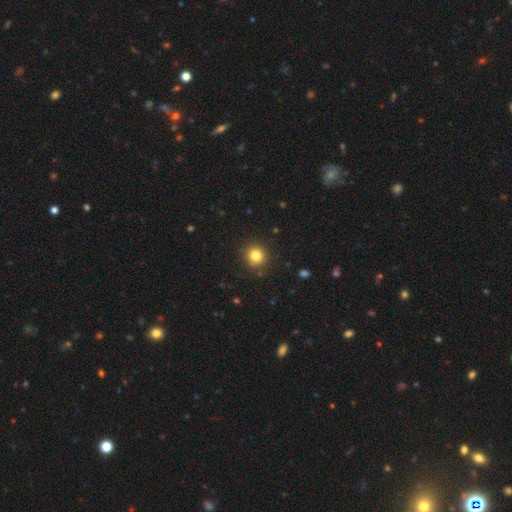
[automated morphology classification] Smooth or featured? Predicted: smooth (p=0.82). How rounded? Predicted: round (p=0.89). Merging? Predicted: none (p=0.89).